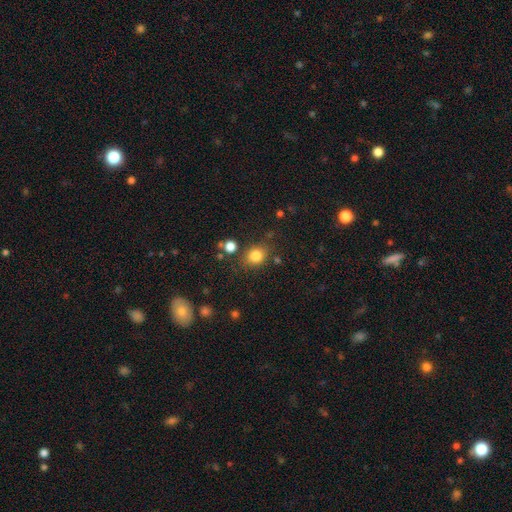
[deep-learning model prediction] Overall: smooth (81%). How rounded: round (62%; in between 37%). Merging: none (77%).